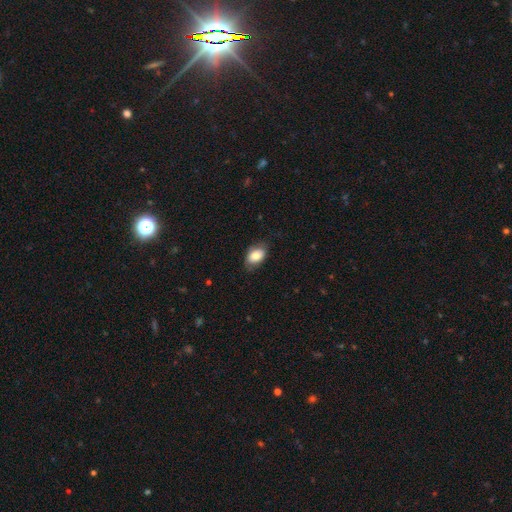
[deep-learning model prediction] Q: Smooth or featured?
A: smooth (80%); runner-up: featured or disk (13%)
Q: How rounded?
A: in between (88%); runner-up: round (11%)
Q: Merging?
A: none (73%); runner-up: minor disturbance (21%)